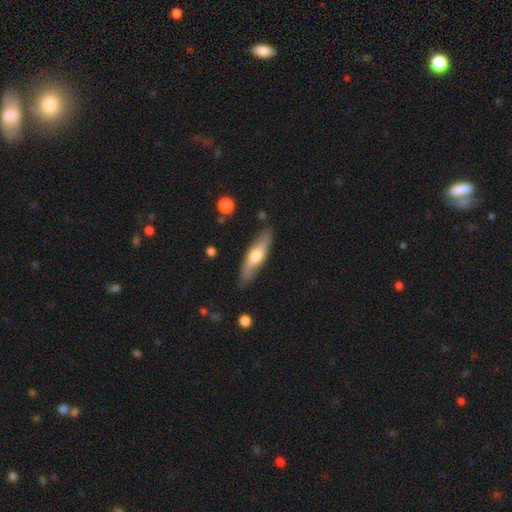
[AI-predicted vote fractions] The model was most divided on "smooth or featured": smooth: 52%, featured or disk: 42%, star or artifact: 5%. More confident: merging — none (81%); how rounded — cigar-shaped (67%).